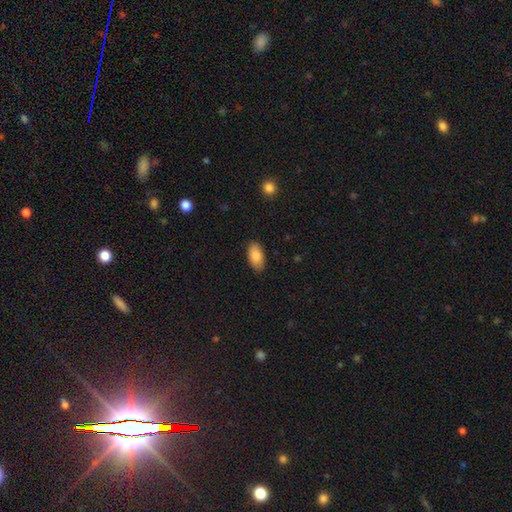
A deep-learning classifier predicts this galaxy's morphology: type=smooth (87%); roundness=in between (94%); merging=none (86%).